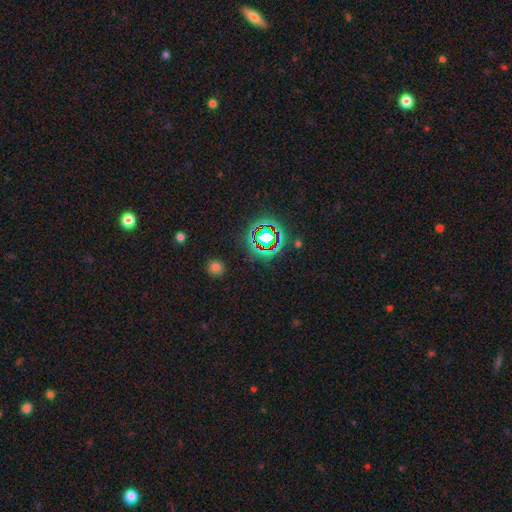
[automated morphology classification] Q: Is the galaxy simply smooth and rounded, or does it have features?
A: star or artifact — 69%.